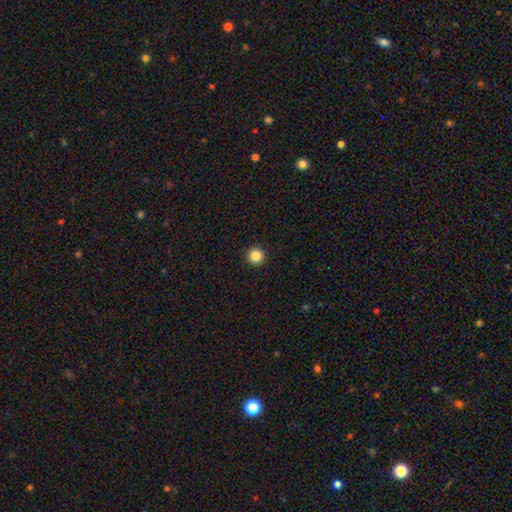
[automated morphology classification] This appears to be a smooth galaxy with no disk features (86%) that is round (96%). Merging: none (94%).